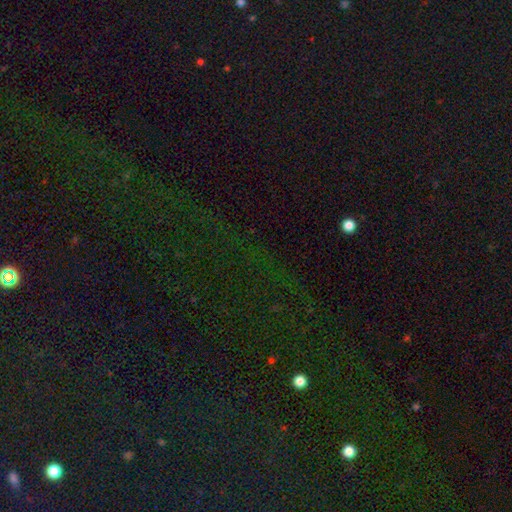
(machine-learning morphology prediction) This appears to be a star or artifact, not a galaxy (77%).